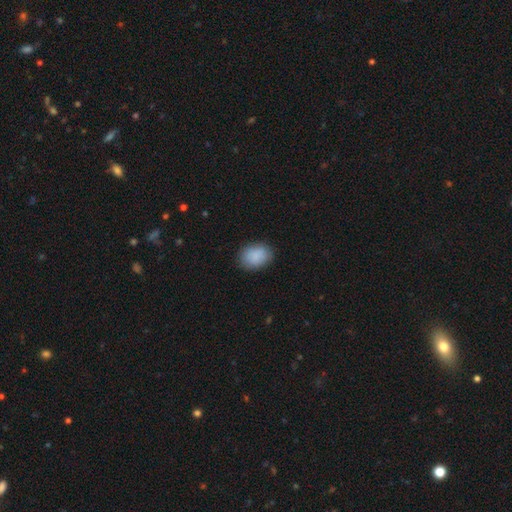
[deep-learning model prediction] smooth 89%, star or artifact 7%, featured or disk 5%. Down the decision tree: how rounded — in between (69%); merging — none (83%).